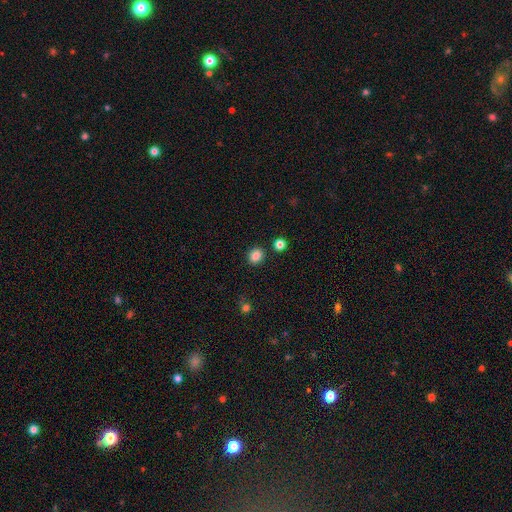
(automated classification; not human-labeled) This appears to be a smooth galaxy with no disk features (85%) that is round (69%). Merging: none (87%).